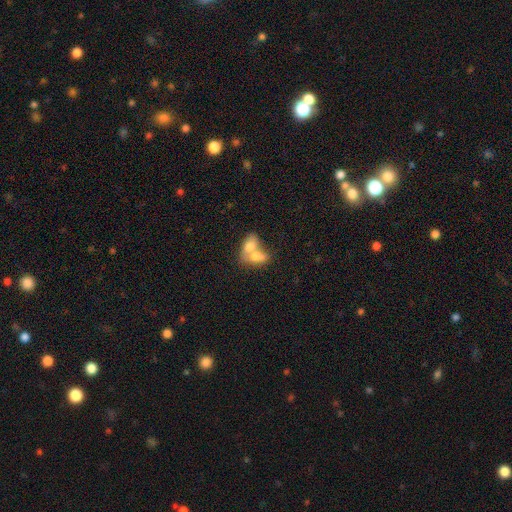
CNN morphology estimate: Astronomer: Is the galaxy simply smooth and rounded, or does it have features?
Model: smooth — 72%.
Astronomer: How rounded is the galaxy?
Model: in between — 85%.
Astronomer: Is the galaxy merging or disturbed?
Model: merger — 77%.